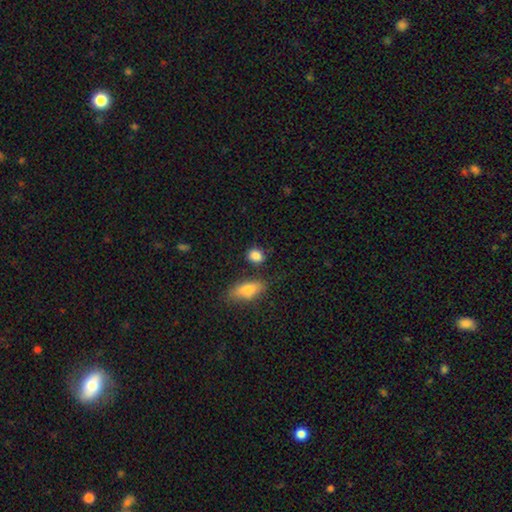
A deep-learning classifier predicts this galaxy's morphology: Smooth or featured? smooth (86%)
How rounded? round (53%)
Merging? none (75%)